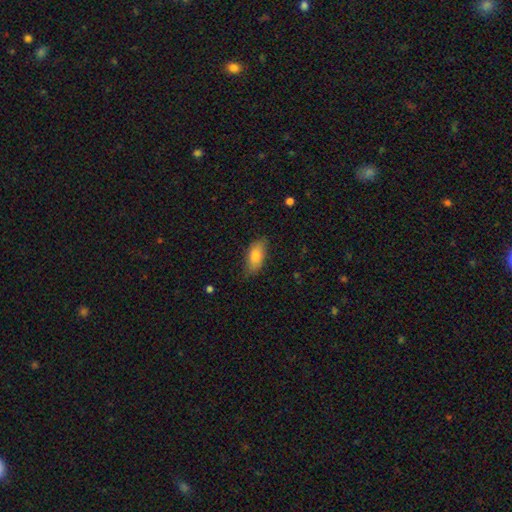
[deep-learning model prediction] A smooth galaxy with no disk features (78%) that is in between round and cigar-shaped (88%).

Vote fractions:
- Smooth or featured? smooth: 78% / featured or disk: 15% / star or artifact: 7%
- How rounded? in between: 88% / cigar-shaped: 9% / round: 3%
- Merging? none: 78% / minor disturbance: 18% / major disturbance: 3% / merger: 1%